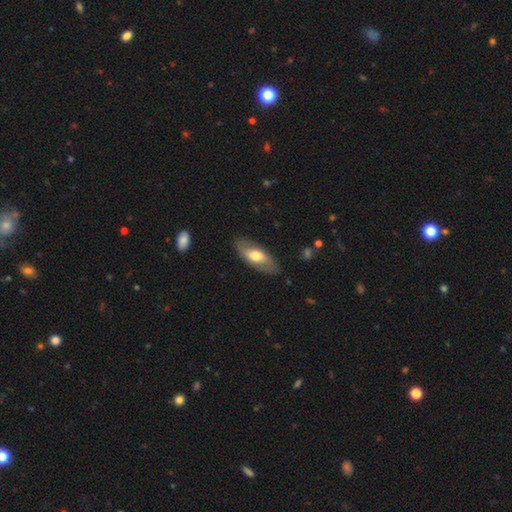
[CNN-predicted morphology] smooth_or_featured: smooth (p=0.48) [alt: featured or disk p=0.47]
merging: none (p=0.82) [alt: minor disturbance p=0.13]